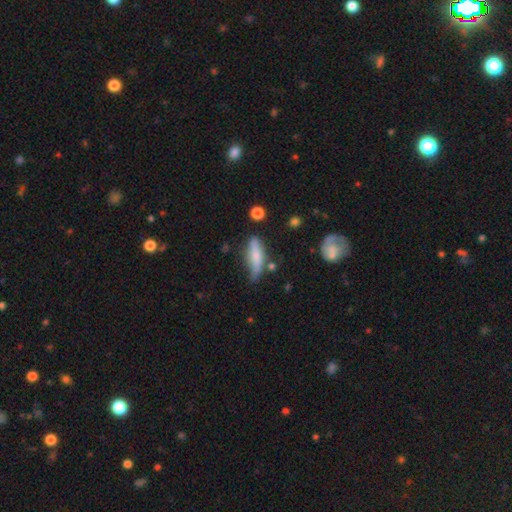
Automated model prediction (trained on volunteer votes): smooth_or_featured: smooth (p=0.59) [alt: featured or disk p=0.34]
how_rounded: cigar-shaped (p=0.64) [alt: in between p=0.34]
merging: none (p=0.58) [alt: minor disturbance p=0.29]